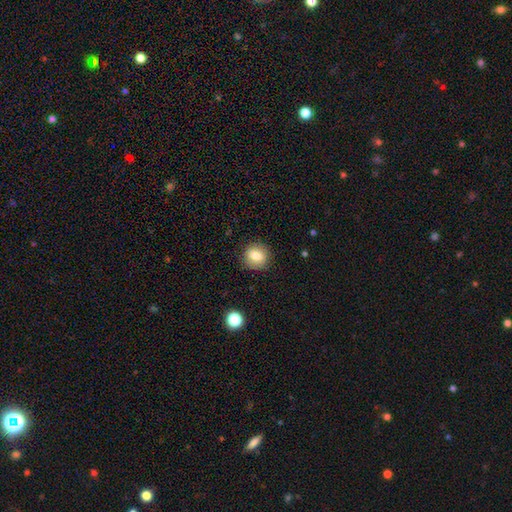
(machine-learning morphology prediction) Smooth or featured? smooth (80%)
How rounded? round (84%)
Merging? none (87%)